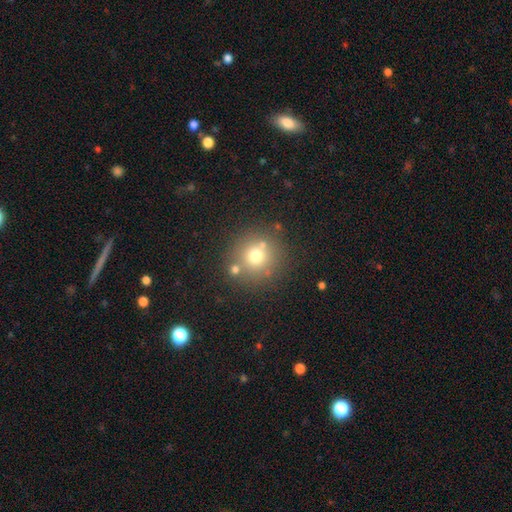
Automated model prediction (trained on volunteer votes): This is likely a smooth galaxy (69%). How rounded: clearly round (92%). Merging: likely none (74%).